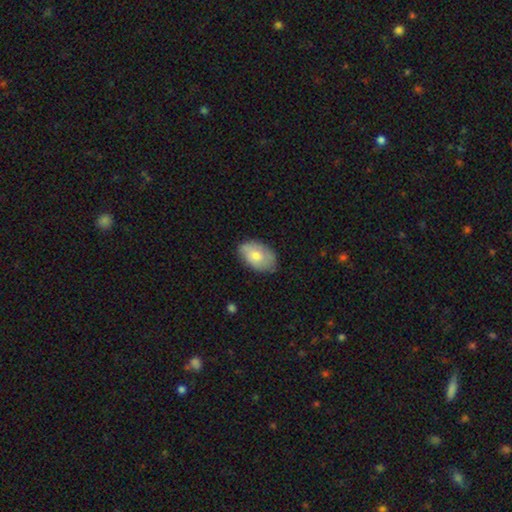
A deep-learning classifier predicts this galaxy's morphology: Overall: smooth (69%). How rounded: in between (90%). Merging: none (73%).